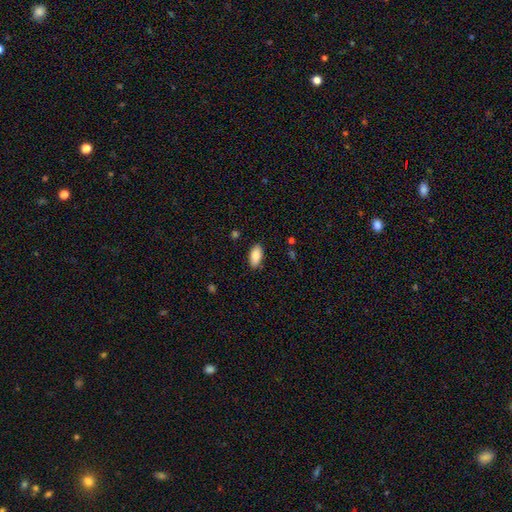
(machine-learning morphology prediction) A smooth galaxy with no disk features (87%) that is in between round and cigar-shaped (92%). Merging: none (86%).